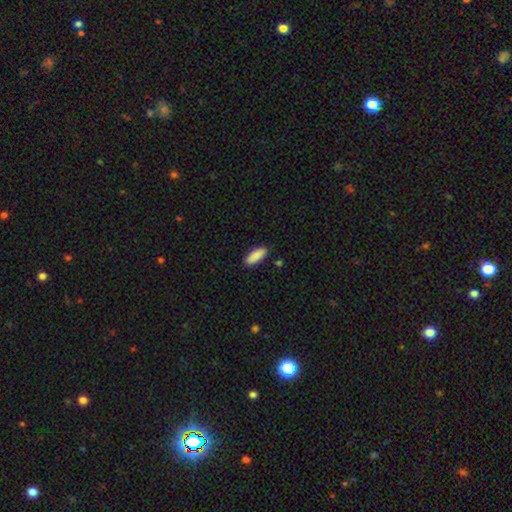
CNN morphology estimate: smooth_or_featured: smooth (p=0.89) [alt: star or artifact p=0.06]
how_rounded: in between (p=0.70) [alt: cigar-shaped p=0.28]
merging: none (p=0.87) [alt: minor disturbance p=0.10]